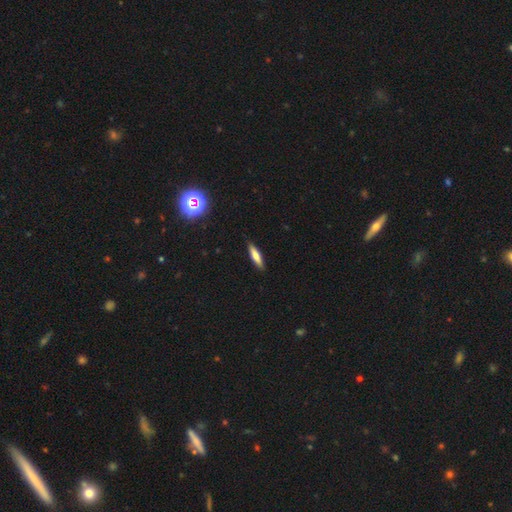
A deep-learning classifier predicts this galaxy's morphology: Smooth or featured: smooth — 70% (featured or disk — 23%)
How rounded: cigar-shaped — 74% (in between — 24%)
Merging: none — 88% (minor disturbance — 10%)